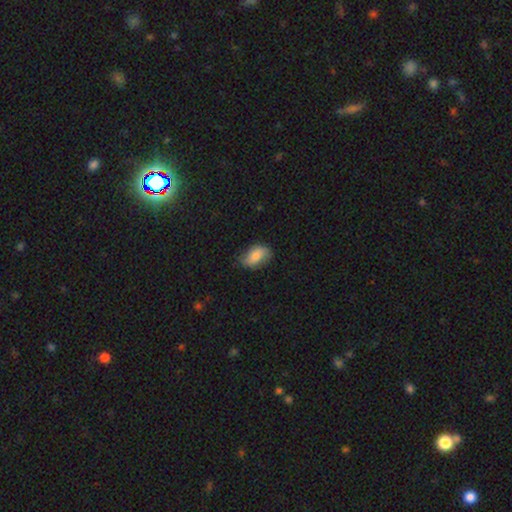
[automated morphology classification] smooth 74%, featured or disk 19%, star or artifact 7%. Down the decision tree: how rounded — in between (90%); merging — none (68%).